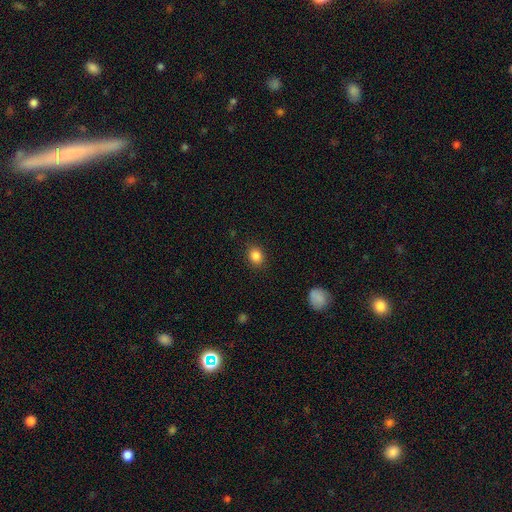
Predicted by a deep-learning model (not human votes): smooth 85%, star or artifact 10%, featured or disk 5%. Down the decision tree: how rounded — round (61%); merging — none (88%).